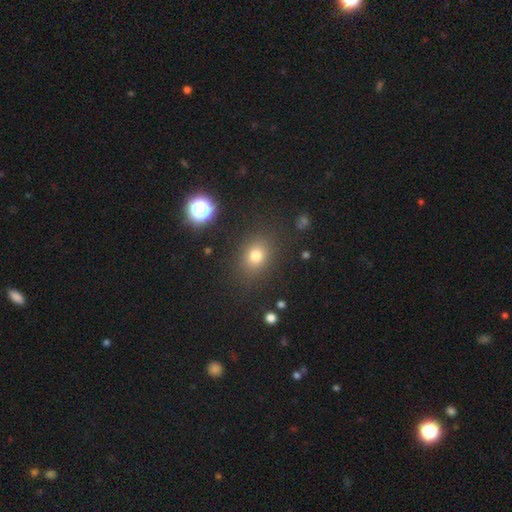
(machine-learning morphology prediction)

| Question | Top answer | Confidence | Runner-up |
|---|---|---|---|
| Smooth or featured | smooth | 76% | star or artifact (16%) |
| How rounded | round | 50% | in between (49%) |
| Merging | none | 83% | minor disturbance (10%) |